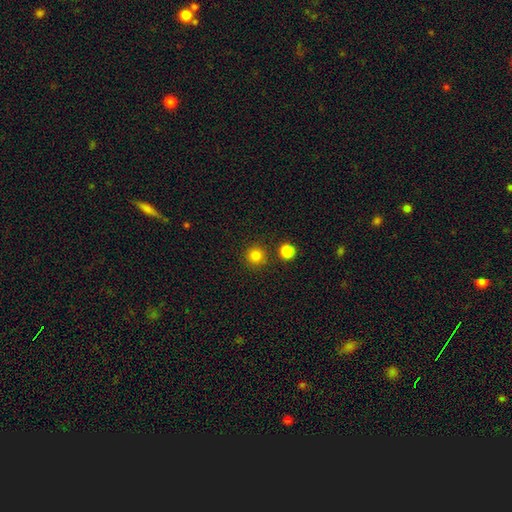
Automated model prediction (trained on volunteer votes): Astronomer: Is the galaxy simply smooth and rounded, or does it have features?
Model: smooth — 82%.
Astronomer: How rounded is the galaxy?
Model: round — 95%.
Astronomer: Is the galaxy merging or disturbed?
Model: none — 86%.